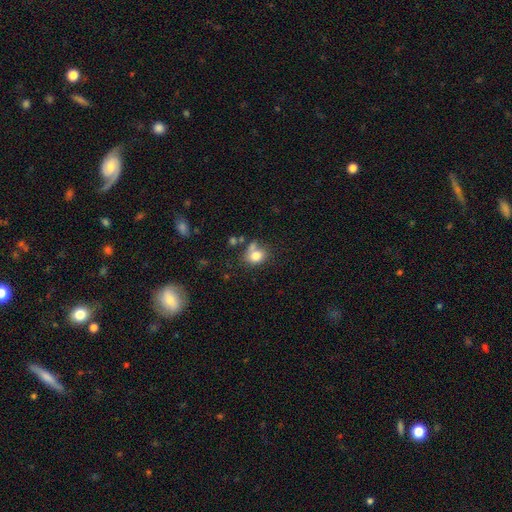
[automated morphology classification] smooth_or_featured: smooth (p=0.79) [alt: star or artifact p=0.11]
how_rounded: in between (p=0.53) [alt: round p=0.45]
merging: none (p=0.52) [alt: merger p=0.20]